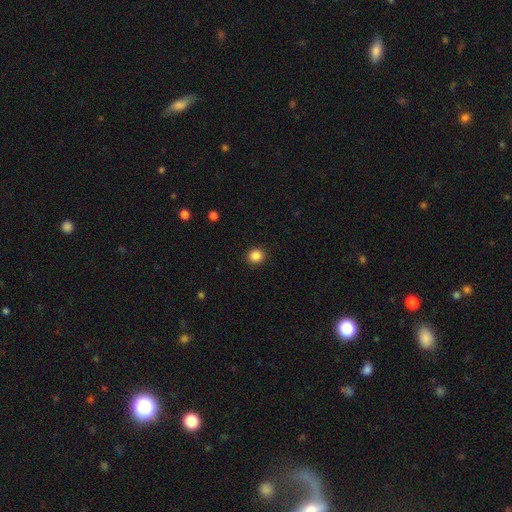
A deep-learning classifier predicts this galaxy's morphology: Q: Smooth or featured?
A: smooth (86%); runner-up: star or artifact (11%)
Q: How rounded?
A: round (86%); runner-up: in between (13%)
Q: Merging?
A: none (92%); runner-up: minor disturbance (5%)